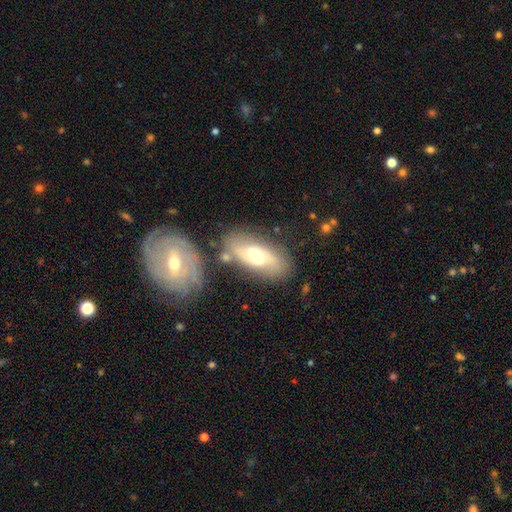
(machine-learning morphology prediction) type=featured or disk (48%); merging=none (68%).